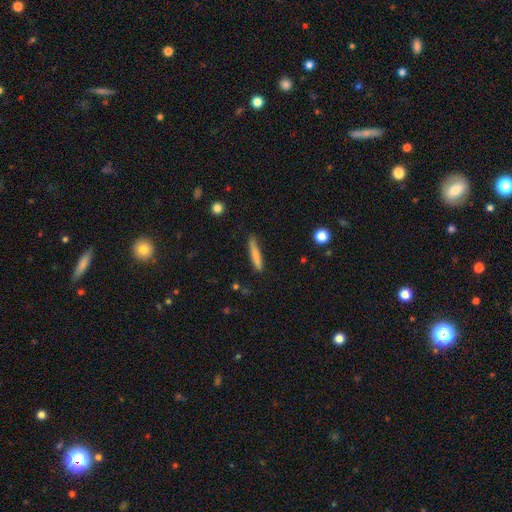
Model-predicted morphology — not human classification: Q: Smooth or featured?
A: smooth (78%); runner-up: featured or disk (16%)
Q: How rounded?
A: cigar-shaped (92%); runner-up: in between (6%)
Q: Merging?
A: none (80%); runner-up: minor disturbance (15%)